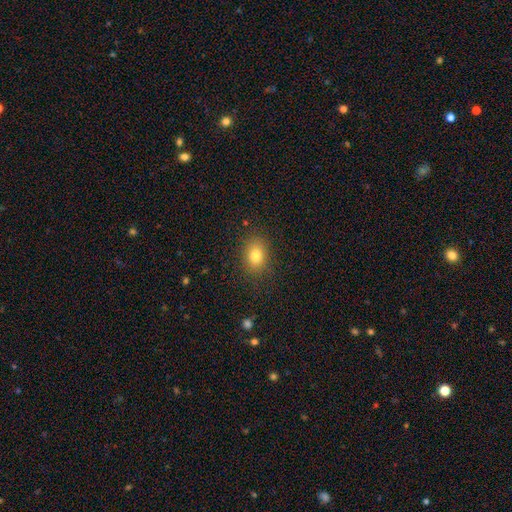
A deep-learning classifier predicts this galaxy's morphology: Smooth or featured?
  - smooth: 81% *
  - star or artifact: 11%
  - featured or disk: 9%
How rounded?
  - in between: 76% *
  - round: 23%
  - cigar-shaped: 2%
Merging?
  - none: 86% *
  - minor disturbance: 10%
  - major disturbance: 3%
  - merger: 1%